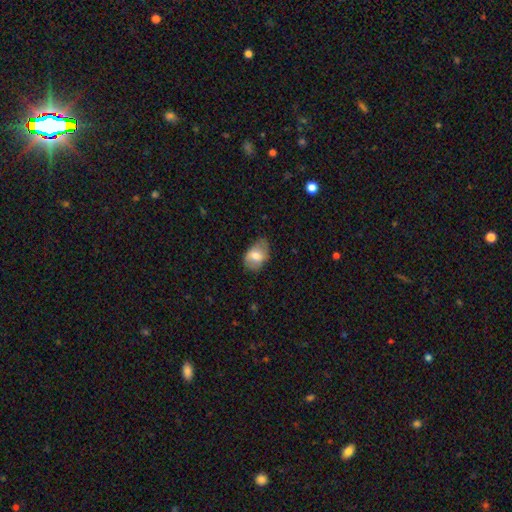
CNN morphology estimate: Smooth or featured: smooth — 68% (featured or disk — 25%)
How rounded: in between — 85% (round — 14%)
Merging: none — 67% (minor disturbance — 26%)